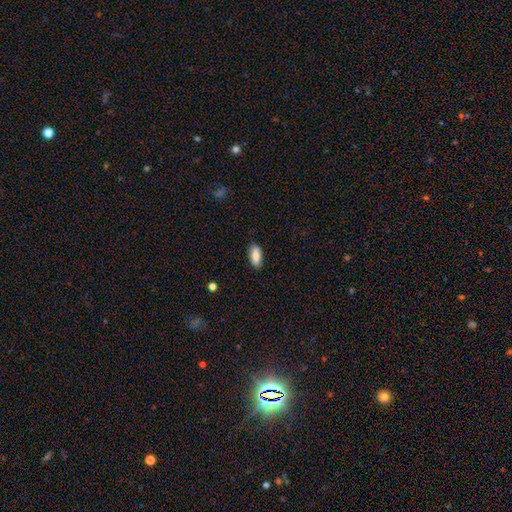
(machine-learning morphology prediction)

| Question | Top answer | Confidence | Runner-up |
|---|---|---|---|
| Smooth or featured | smooth | 84% | featured or disk (9%) |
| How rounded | in between | 81% | cigar-shaped (17%) |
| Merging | none | 85% | minor disturbance (11%) |